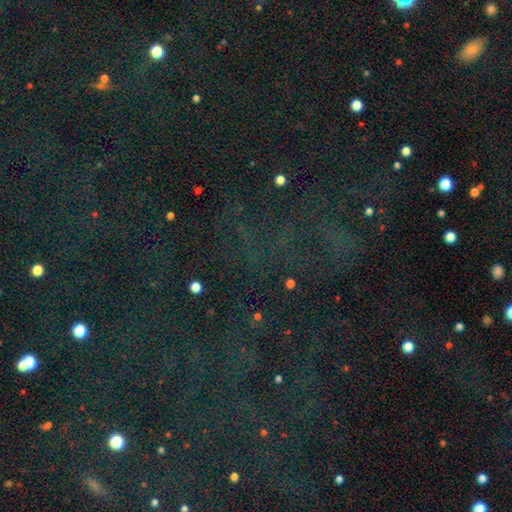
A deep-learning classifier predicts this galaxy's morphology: This appears to be a star or artifact, not a galaxy (79%).